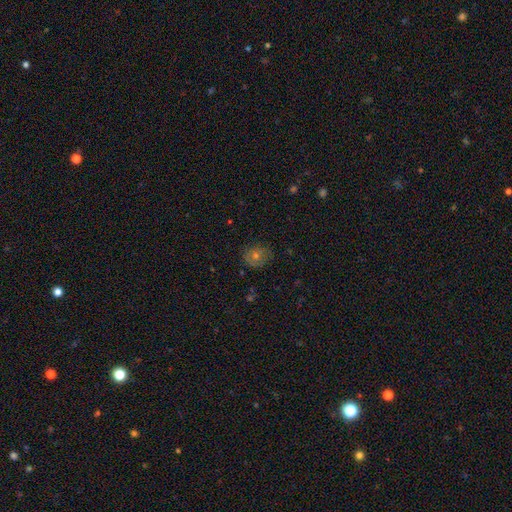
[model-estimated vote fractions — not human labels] This is possibly a smooth galaxy (58%). How rounded: likely round (78%). Merging: likely none (79%).